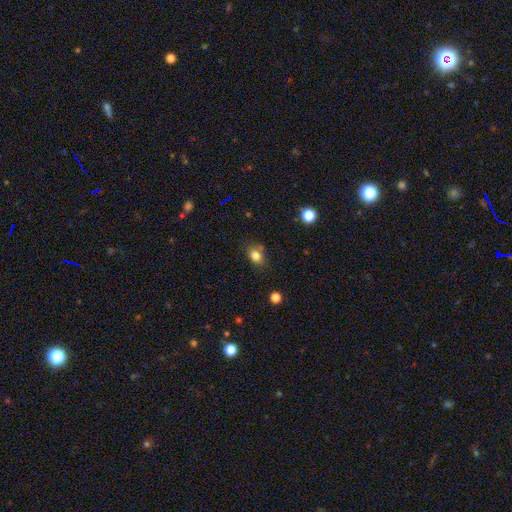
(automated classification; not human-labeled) Smooth or featured? Predicted: smooth (p=0.81). How rounded? Predicted: in between (p=0.57). Merging? Predicted: none (p=0.72).